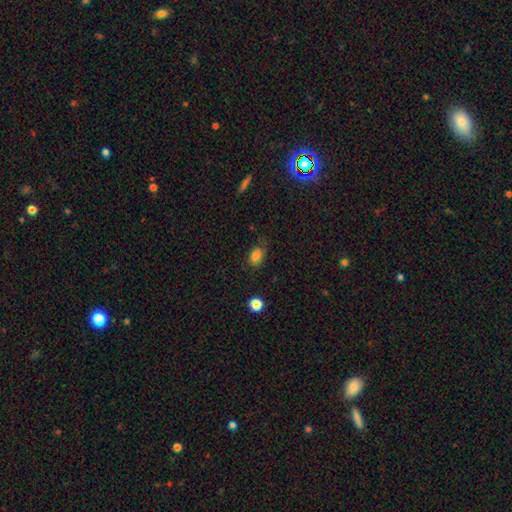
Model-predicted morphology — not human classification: smooth_or_featured: smooth (p=0.76) [alt: star or artifact p=0.13]
how_rounded: in between (p=0.83) [alt: round p=0.15]
merging: none (p=0.56) [alt: minor disturbance p=0.28]